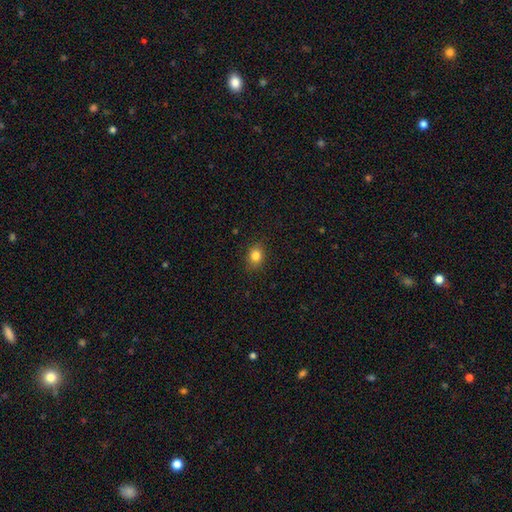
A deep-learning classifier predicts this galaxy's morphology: smooth-or-featured: smooth: 83% | star or artifact: 11% | featured or disk: 6%
  how-rounded: round: 51% | in between: 48% | cigar-shaped: 1%
  merging: none: 88% | minor disturbance: 9% | major disturbance: 2% | merger: 1%